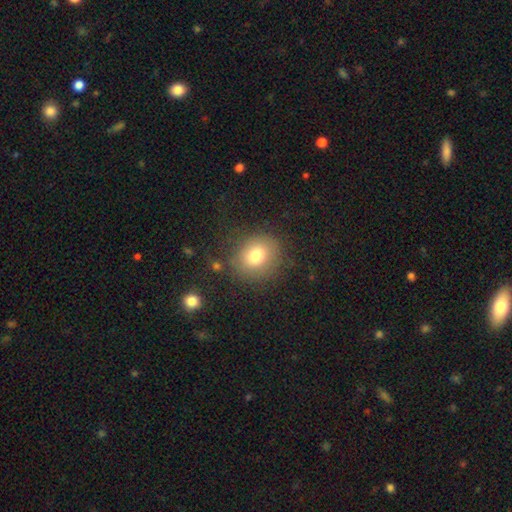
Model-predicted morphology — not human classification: Smooth or featured? Predicted: smooth (p=0.76). How rounded? Predicted: round (p=0.73). Merging? Predicted: none (p=0.79).